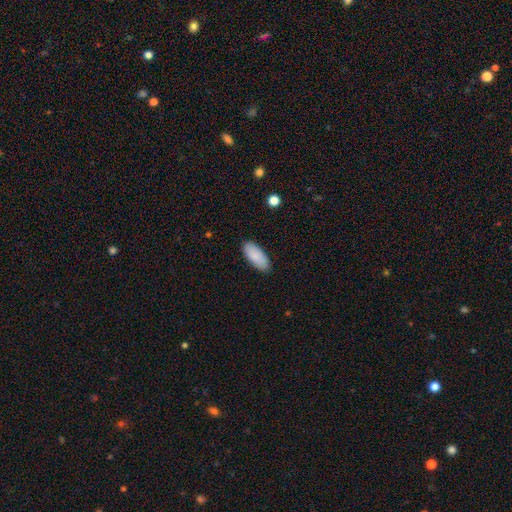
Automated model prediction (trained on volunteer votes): Smooth or featured? smooth (89%)
How rounded? in between (86%)
Merging? none (87%)